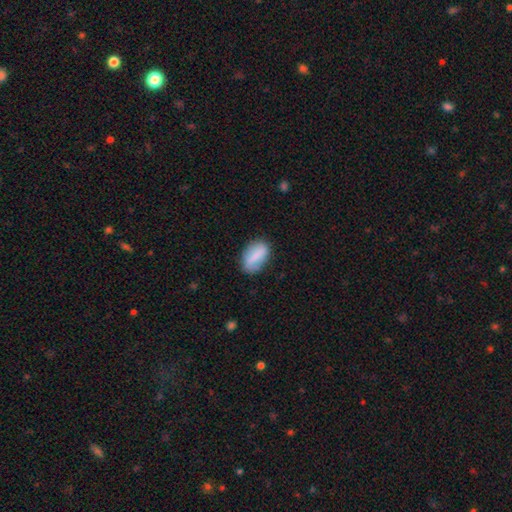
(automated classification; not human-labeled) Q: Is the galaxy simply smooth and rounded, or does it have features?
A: smooth — 79%.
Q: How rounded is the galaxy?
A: in between — 88%.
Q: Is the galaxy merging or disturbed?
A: none — 77%.